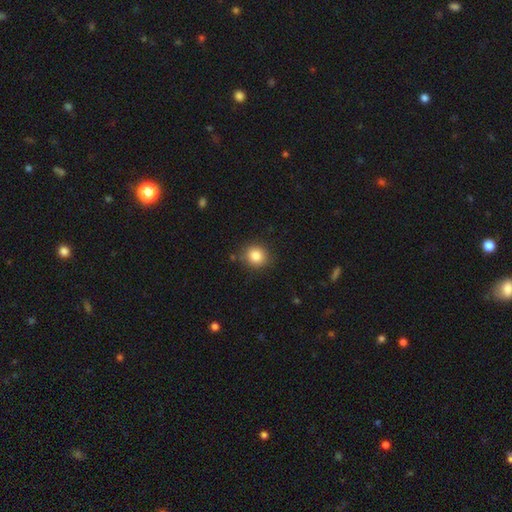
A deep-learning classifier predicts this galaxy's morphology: This is clearly a smooth galaxy (85%). How rounded: clearly round (86%). Merging: clearly none (86%).